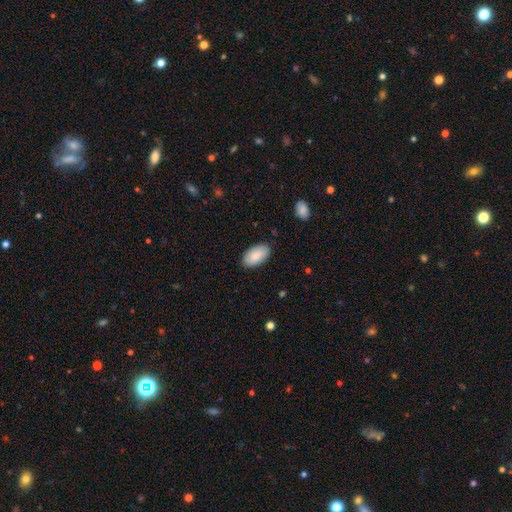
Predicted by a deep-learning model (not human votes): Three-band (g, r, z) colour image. It shows a smooth galaxy with no disk features (86%) that is in between round and cigar-shaped (96%). Merging: none (85%).